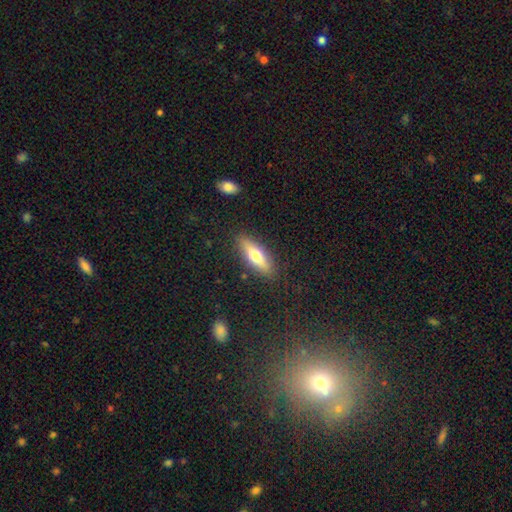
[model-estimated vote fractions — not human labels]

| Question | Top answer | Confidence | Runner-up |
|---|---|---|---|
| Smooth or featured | smooth | 59% | featured or disk (34%) |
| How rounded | in between | 49% | cigar-shaped (48%) |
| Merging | none | 87% | minor disturbance (9%) |